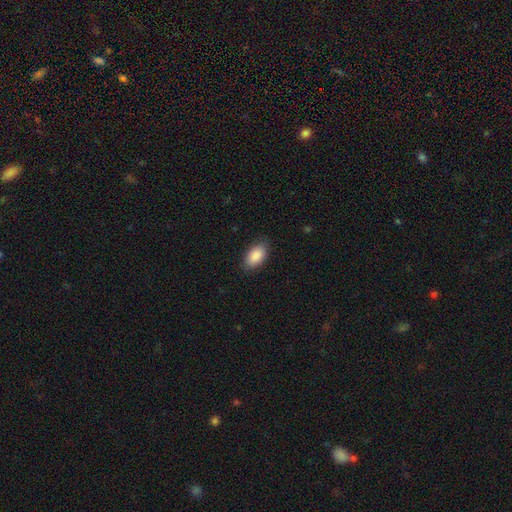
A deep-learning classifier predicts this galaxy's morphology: Overall: smooth (89%). How rounded: in between (94%). Merging: none (84%).